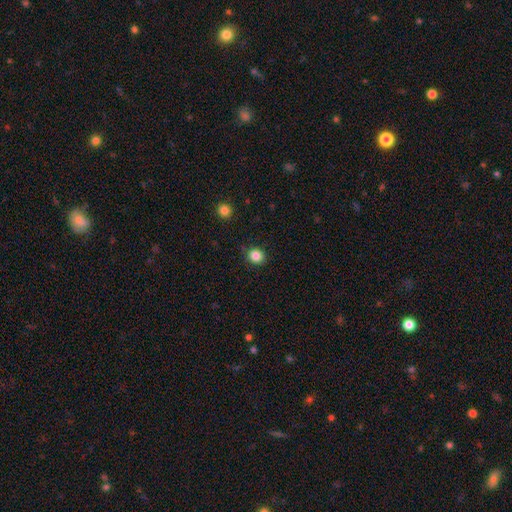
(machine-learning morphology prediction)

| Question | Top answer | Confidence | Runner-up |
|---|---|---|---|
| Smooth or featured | smooth | 85% | star or artifact (11%) |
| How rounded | round | 82% | in between (17%) |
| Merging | none | 88% | minor disturbance (9%) |